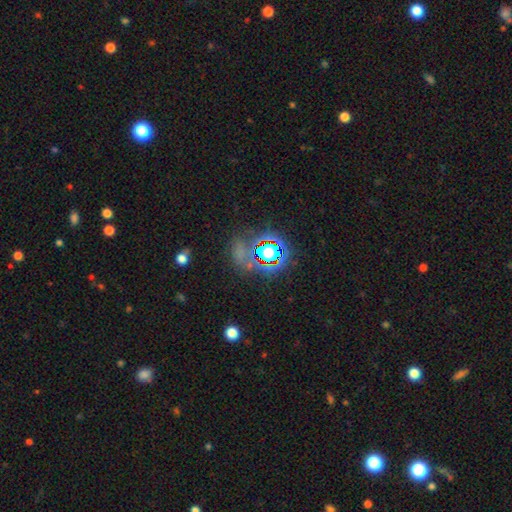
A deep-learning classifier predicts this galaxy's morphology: smooth-or-featured: star or artifact: 65% | smooth: 21% | featured or disk: 15%